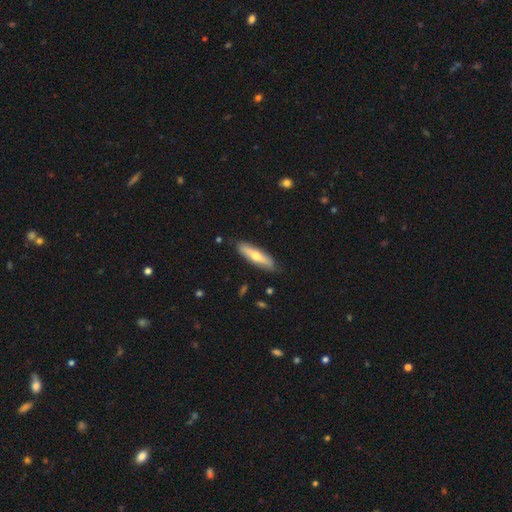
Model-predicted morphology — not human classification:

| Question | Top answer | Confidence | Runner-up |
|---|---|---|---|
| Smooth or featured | smooth | 53% | featured or disk (42%) |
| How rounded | cigar-shaped | 68% | in between (30%) |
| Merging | none | 83% | minor disturbance (13%) |